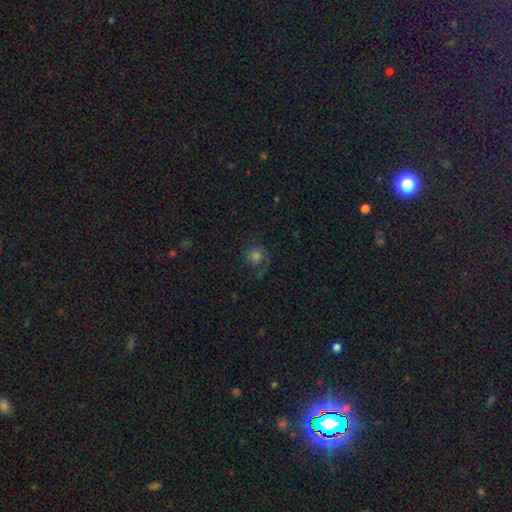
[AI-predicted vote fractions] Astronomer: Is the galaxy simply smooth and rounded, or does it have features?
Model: smooth — 47% (runner-up: featured or disk, 35%).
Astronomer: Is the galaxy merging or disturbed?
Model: none — 60%.